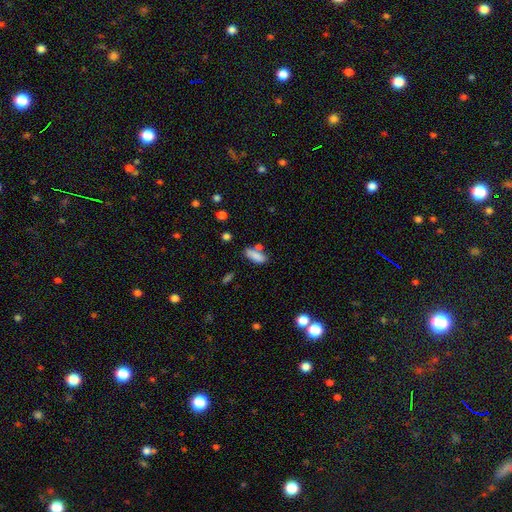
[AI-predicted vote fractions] This appears to be a smooth galaxy with no disk features (84%) that is in between round and cigar-shaped (70%). Merging: none (59%).